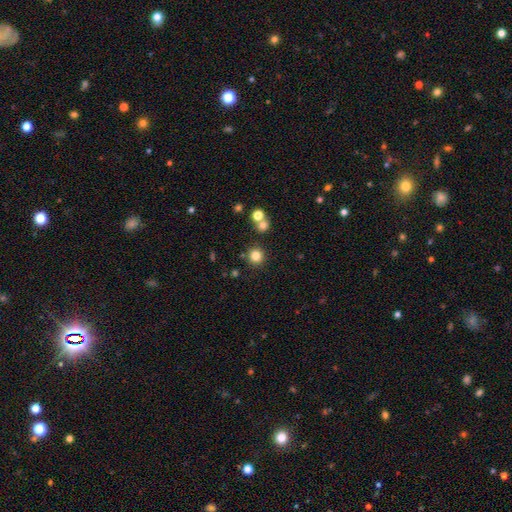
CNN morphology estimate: A smooth galaxy with no disk features (81%) that is round (93%). Merging: none (85%).